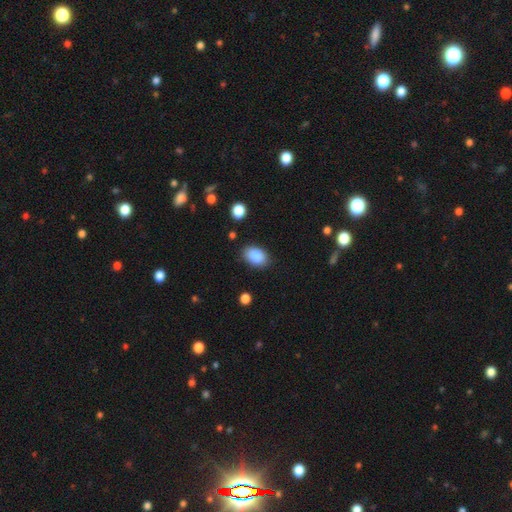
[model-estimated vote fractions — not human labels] A smooth galaxy with no disk features (87%) that is in between round and cigar-shaped (87%).

Vote fractions:
- Smooth or featured? smooth: 87% / star or artifact: 7% / featured or disk: 5%
- How rounded? in between: 87% / round: 12% / cigar-shaped: 1%
- Merging? none: 85% / minor disturbance: 11% / major disturbance: 3% / merger: 2%